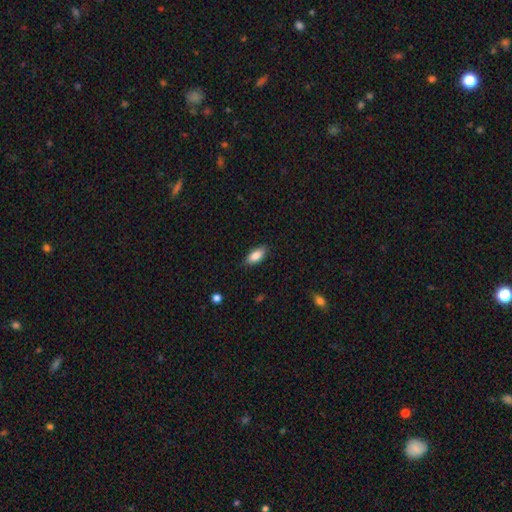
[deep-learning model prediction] This is clearly a smooth galaxy (84%). How rounded: clearly in between (85%). Merging: clearly none (83%).